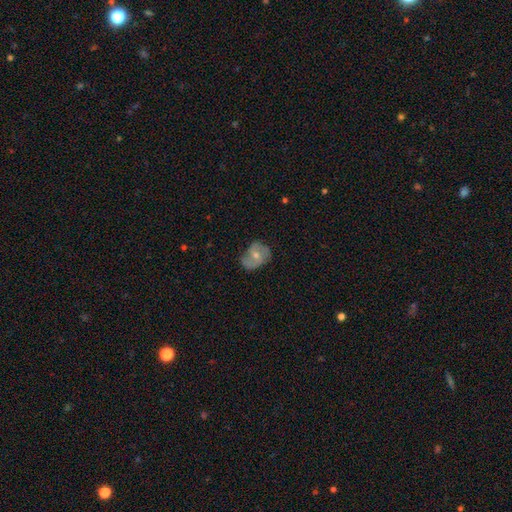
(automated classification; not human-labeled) Morphology: type=featured or disk (54%); edge-on=no (97%); bar=no (66%); spiral arms=yes (75%); bulge=moderate (55%); merging=none (51%).